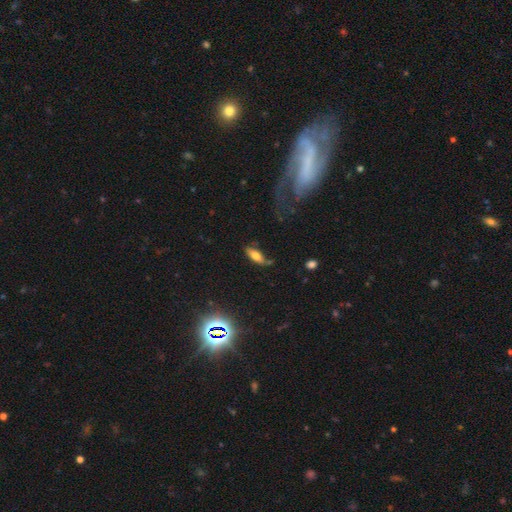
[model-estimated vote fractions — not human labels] A smooth galaxy with no disk features (64%) that is in between round and cigar-shaped (69%). Merging: none (62%).